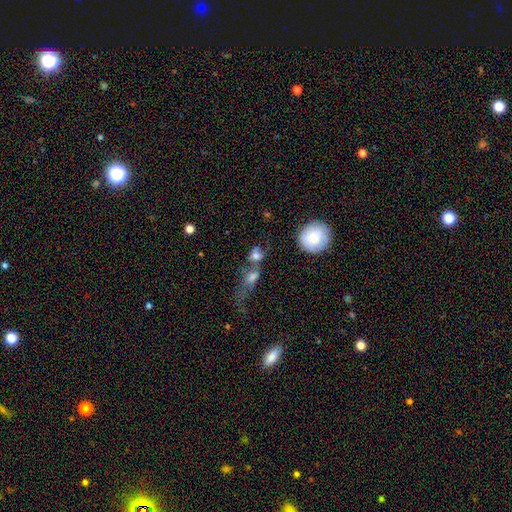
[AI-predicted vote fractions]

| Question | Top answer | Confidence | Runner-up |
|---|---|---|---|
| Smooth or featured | smooth | 72% | featured or disk (16%) |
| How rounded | round | 50% | in between (46%) |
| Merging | merger | 46% | none (29%) |